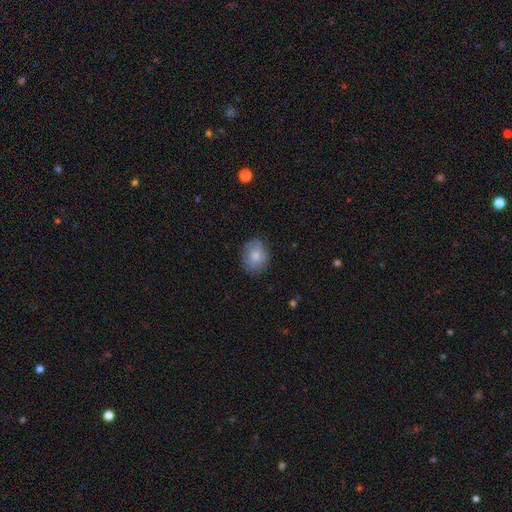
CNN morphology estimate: smooth-or-featured: smooth: 71% | featured or disk: 21% | star or artifact: 8%
  how-rounded: round: 53% | in between: 46% | cigar-shaped: 1%
  merging: none: 73% | minor disturbance: 20% | major disturbance: 5% | merger: 1%